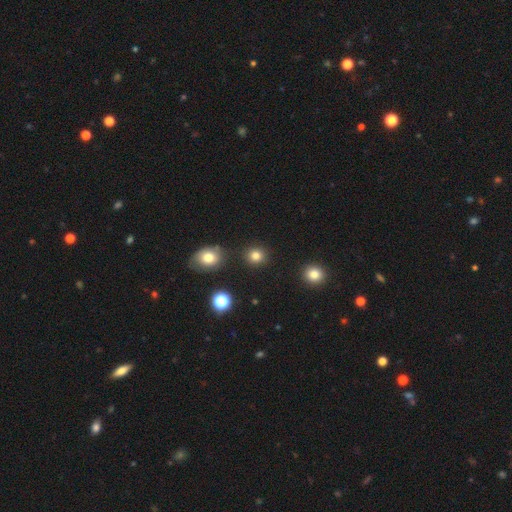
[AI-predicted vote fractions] A smooth galaxy with no disk features (82%) that is round (88%).

Vote fractions:
- Smooth or featured? smooth: 82% / star or artifact: 13% / featured or disk: 5%
- How rounded? round: 88% / in between: 11% / cigar-shaped: 1%
- Merging? none: 88% / minor disturbance: 6% / merger: 3% / major disturbance: 2%